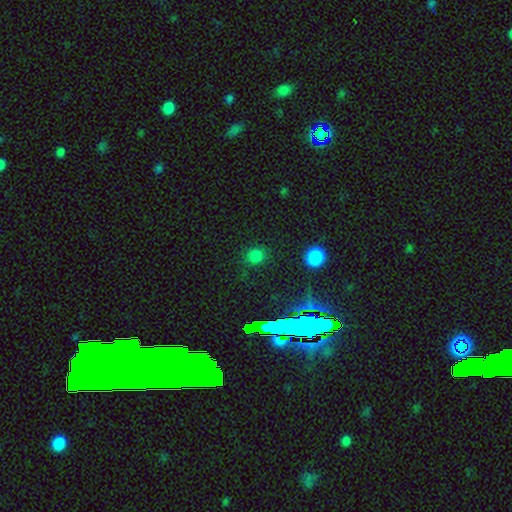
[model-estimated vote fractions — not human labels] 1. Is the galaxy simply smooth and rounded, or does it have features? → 74% smooth, 21% star or artifact, 5% featured or disk.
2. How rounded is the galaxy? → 83% round, 16% in between, 1% cigar-shaped.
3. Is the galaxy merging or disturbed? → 84% none, 10% minor disturbance, 4% major disturbance, 2% merger.